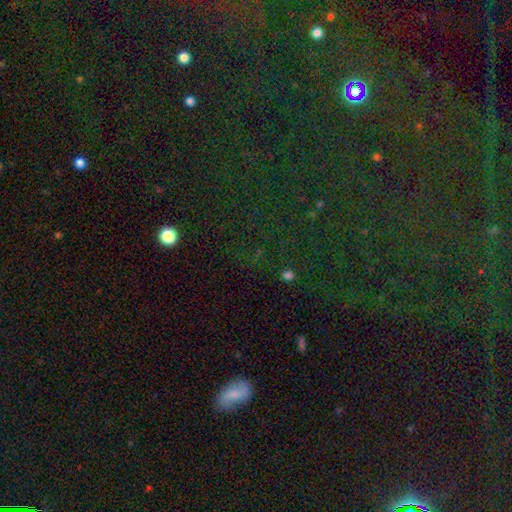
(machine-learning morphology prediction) Smooth or featured?
  - star or artifact: 73% *
  - smooth: 15%
  - featured or disk: 11%